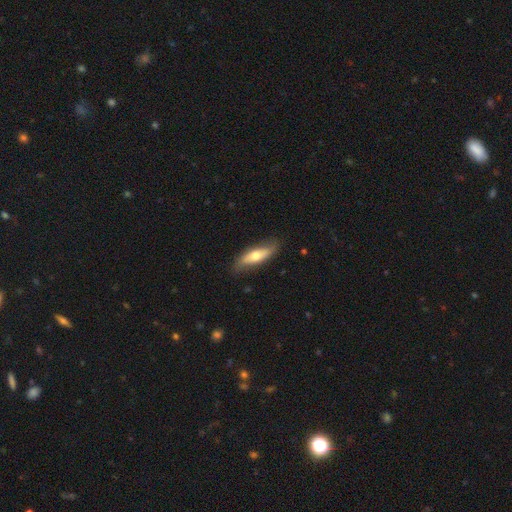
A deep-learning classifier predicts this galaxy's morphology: This is possibly a smooth galaxy (58%). How rounded: possibly in between (49%). Merging: clearly none (80%).